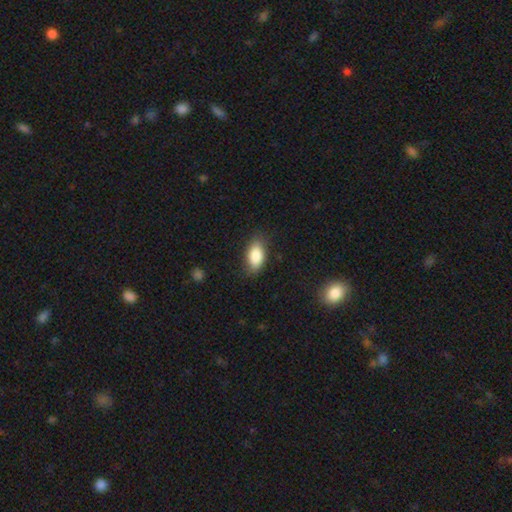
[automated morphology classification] Smooth or featured? smooth (85%)
How rounded? in between (90%)
Merging? none (81%)